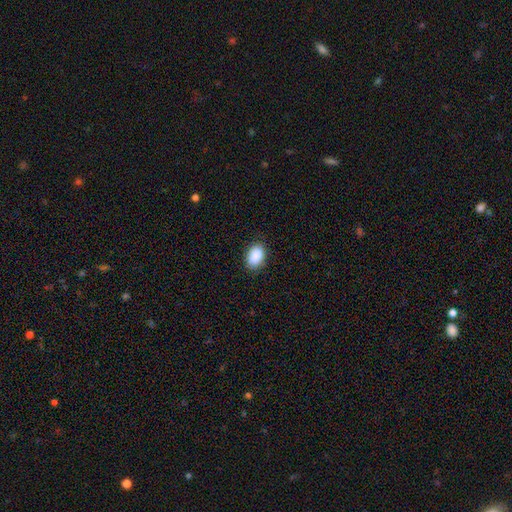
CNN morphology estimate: Q: Smooth or featured?
A: smooth (90%); runner-up: star or artifact (7%)
Q: How rounded?
A: in between (88%); runner-up: round (11%)
Q: Merging?
A: none (84%); runner-up: minor disturbance (12%)